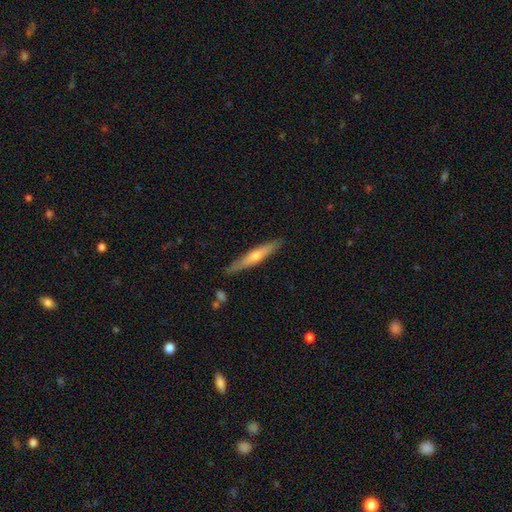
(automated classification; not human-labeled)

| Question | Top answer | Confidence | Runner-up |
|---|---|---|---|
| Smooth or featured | featured or disk | 52% | smooth (42%) |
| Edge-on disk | yes | 93% | no (7%) |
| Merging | none | 87% | minor disturbance (10%) |